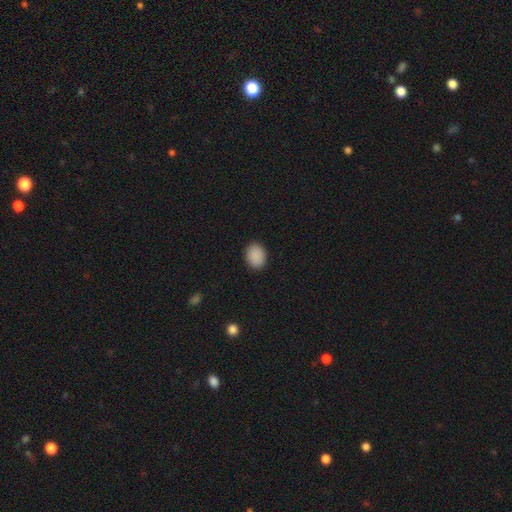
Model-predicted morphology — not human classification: Smooth or featured?
  - smooth: 90% *
  - star or artifact: 8%
  - featured or disk: 2%
How rounded?
  - in between: 62% *
  - round: 37%
  - cigar-shaped: 1%
Merging?
  - none: 90% *
  - minor disturbance: 7%
  - major disturbance: 2%
  - merger: 1%